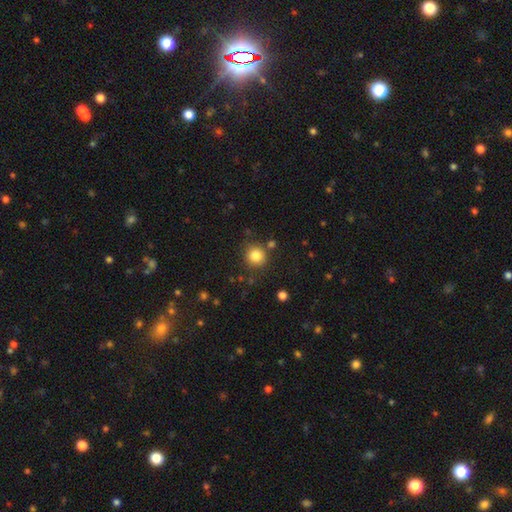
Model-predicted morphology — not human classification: A smooth galaxy with no disk features (83%) that is round (91%).

Vote fractions:
- Smooth or featured? smooth: 83% / star or artifact: 11% / featured or disk: 6%
- How rounded? round: 91% / in between: 8% / cigar-shaped: 1%
- Merging? none: 83% / minor disturbance: 9% / merger: 5% / major disturbance: 3%